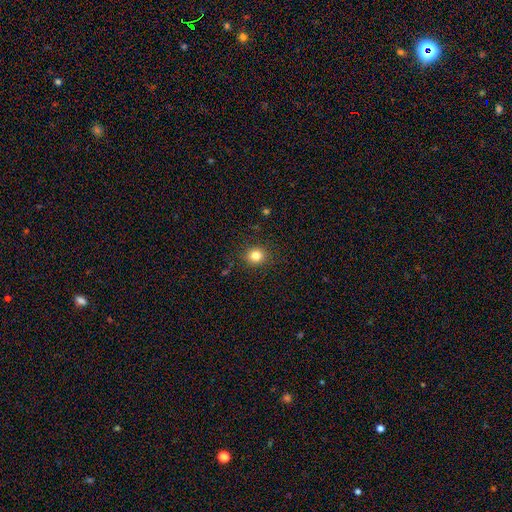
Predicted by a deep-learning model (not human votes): smooth-or-featured: smooth: 82% | star or artifact: 13% | featured or disk: 6%
  how-rounded: round: 83% | in between: 16% | cigar-shaped: 1%
  merging: none: 89% | minor disturbance: 7% | major disturbance: 2% | merger: 1%